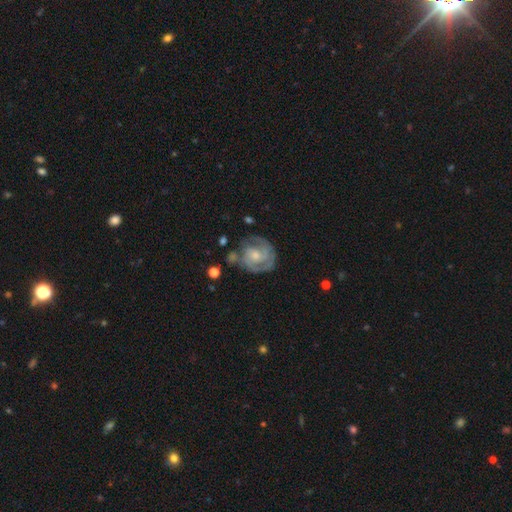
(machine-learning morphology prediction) featured or disk 84%, smooth 11%, star or artifact 5%. Down the decision tree: edge-on disk — no (98%); bar — no (65%); spiral arms — yes (95%); spiral arm count — 2 (50%); spiral winding — tight (61%); bulge size — small (51%); merging — none (67%).